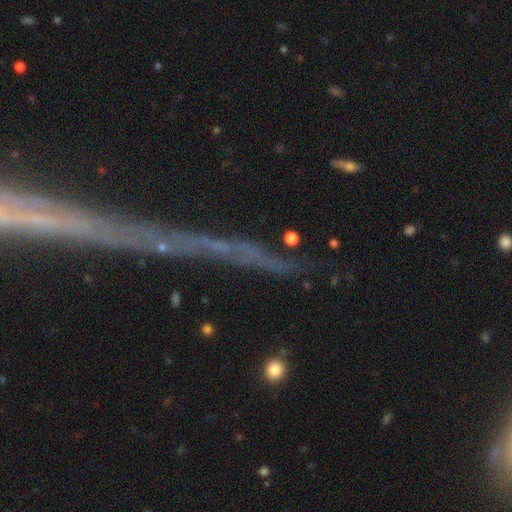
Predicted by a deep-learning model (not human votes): Smooth or featured? star or artifact (48%)